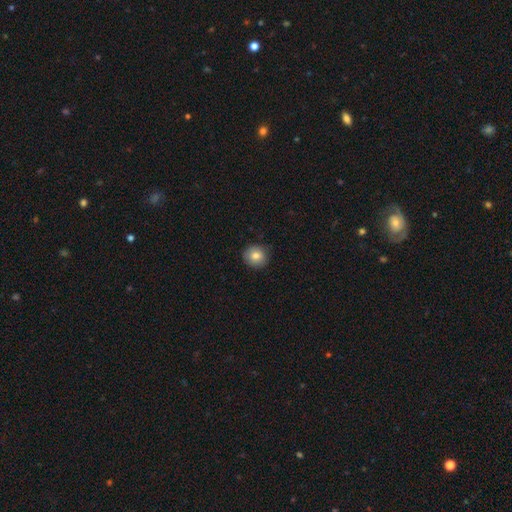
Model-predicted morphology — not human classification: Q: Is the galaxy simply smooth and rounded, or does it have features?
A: smooth — 80%.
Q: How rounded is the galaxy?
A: round — 91%.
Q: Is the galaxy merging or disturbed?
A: none — 87%.